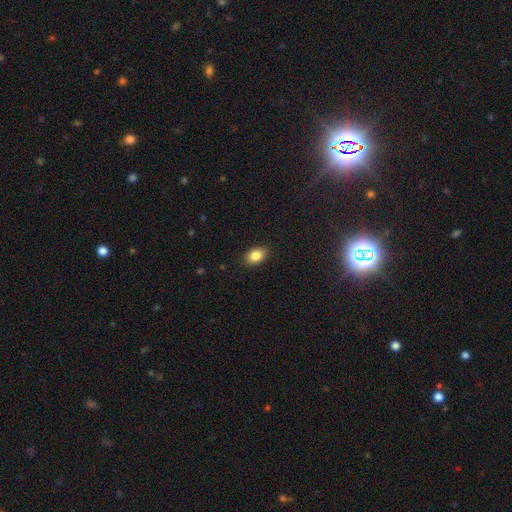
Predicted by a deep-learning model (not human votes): A smooth galaxy with no disk features (86%) that is in between round and cigar-shaped (84%).

Vote fractions:
- Smooth or featured? smooth: 86% / star or artifact: 8% / featured or disk: 6%
- How rounded? in between: 84% / round: 15% / cigar-shaped: 1%
- Merging? none: 88% / minor disturbance: 9% / major disturbance: 2% / merger: 1%